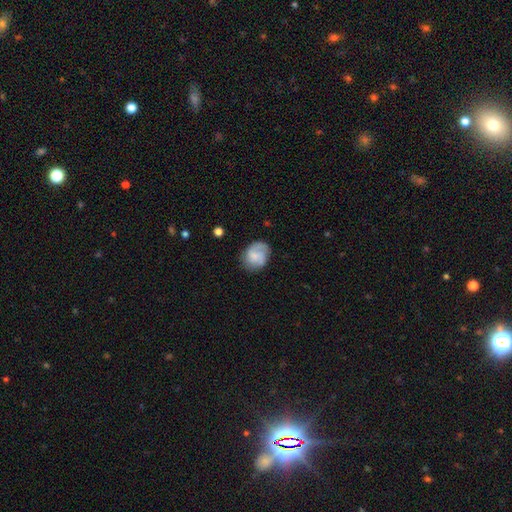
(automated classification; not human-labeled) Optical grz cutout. It shows a smooth galaxy with no disk features (47%). Merging: none (68%).